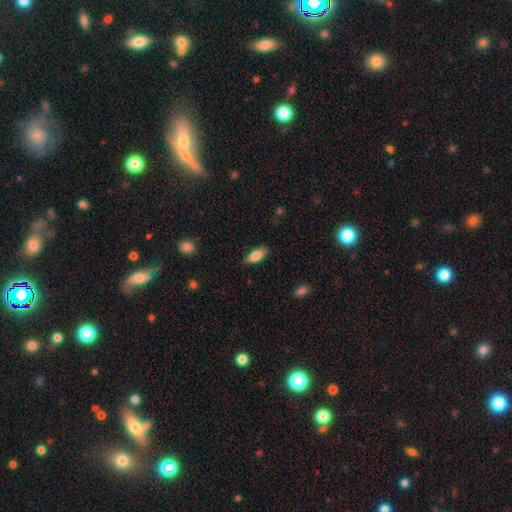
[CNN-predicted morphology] Overall: smooth (80%). How rounded: in between (82%). Merging: none (77%).